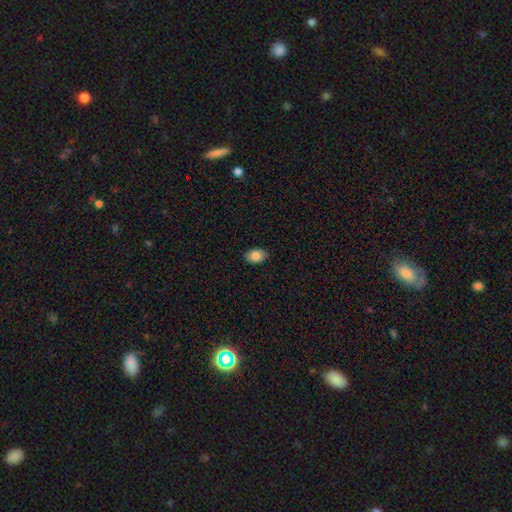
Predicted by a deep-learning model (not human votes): Smooth or featured? smooth (85%)
How rounded? in between (84%)
Merging? none (87%)